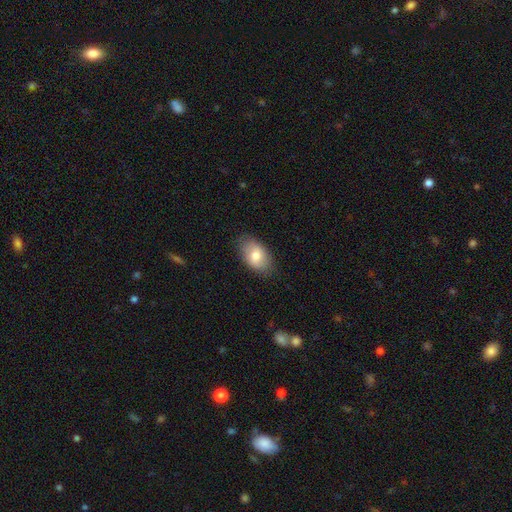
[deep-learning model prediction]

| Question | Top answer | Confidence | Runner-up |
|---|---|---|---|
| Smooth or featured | smooth | 75% | featured or disk (18%) |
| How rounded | in between | 91% | round (8%) |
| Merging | none | 82% | minor disturbance (14%) |